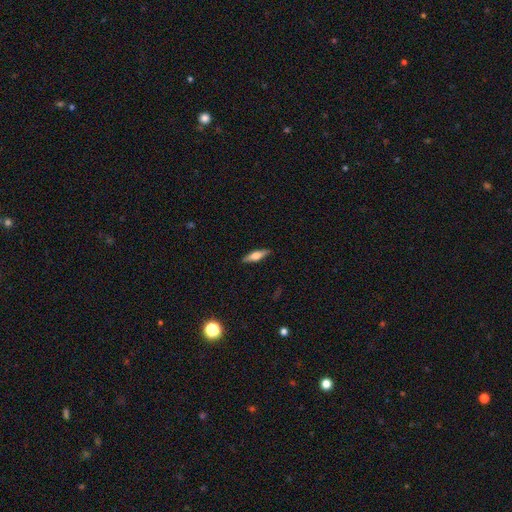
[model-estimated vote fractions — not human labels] This appears to be a smooth galaxy with no disk features (48%). Merging: none (89%).